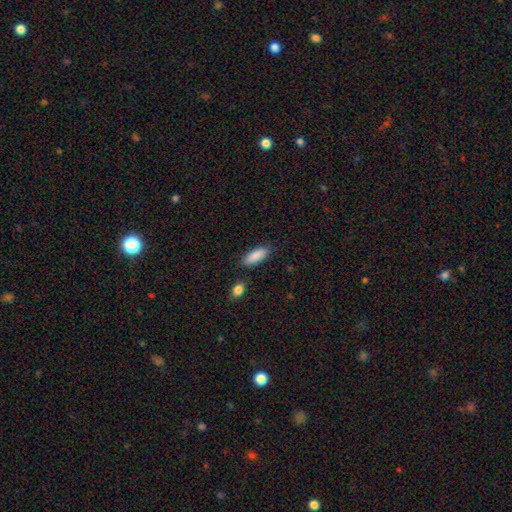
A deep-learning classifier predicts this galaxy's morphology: Smooth or featured? Predicted: smooth (p=0.88). How rounded? Predicted: in between (p=0.73). Merging? Predicted: none (p=0.83).